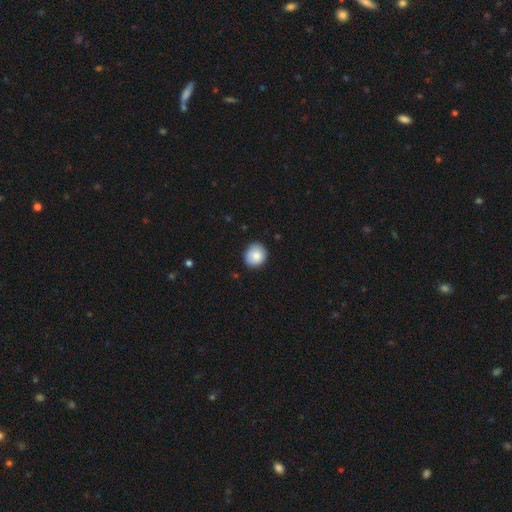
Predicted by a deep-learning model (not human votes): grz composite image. It shows a smooth galaxy with no disk features (85%) that is round (77%). Merging: none (83%).